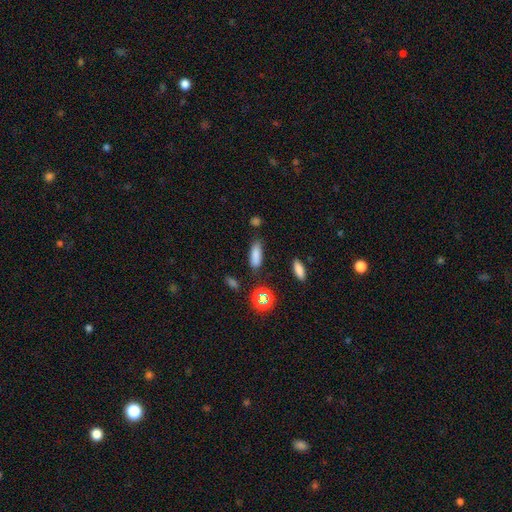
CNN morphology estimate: Smooth or featured? Predicted: smooth (p=0.81). How rounded? Predicted: in between (p=0.58). Merging? Predicted: none (p=0.78).